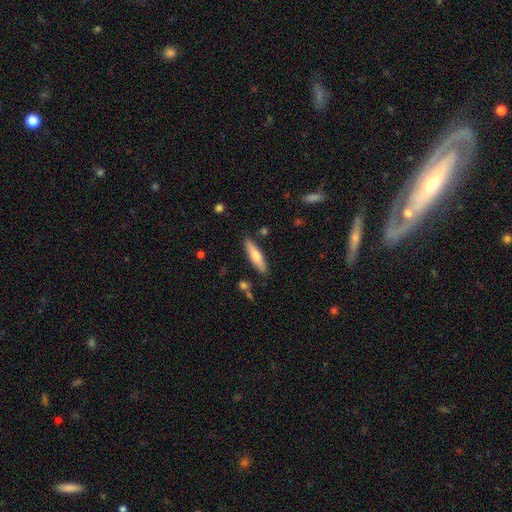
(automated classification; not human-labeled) Smooth or featured? Predicted: smooth (p=0.55). How rounded? Predicted: cigar-shaped (p=0.76). Merging? Predicted: none (p=0.87).